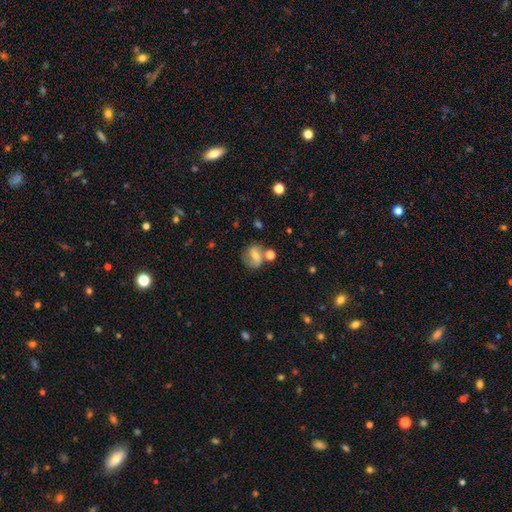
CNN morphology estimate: Q: Smooth or featured?
A: smooth (52%); runner-up: featured or disk (36%)
Q: How rounded?
A: round (56%); runner-up: in between (43%)
Q: Merging?
A: none (48%); runner-up: minor disturbance (22%)